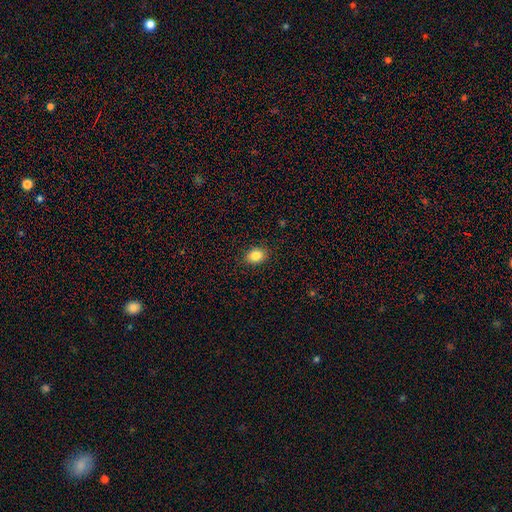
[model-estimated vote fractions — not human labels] Smooth or featured: smooth — 84% (star or artifact — 10%)
How rounded: in between — 60% (round — 39%)
Merging: none — 88% (minor disturbance — 9%)